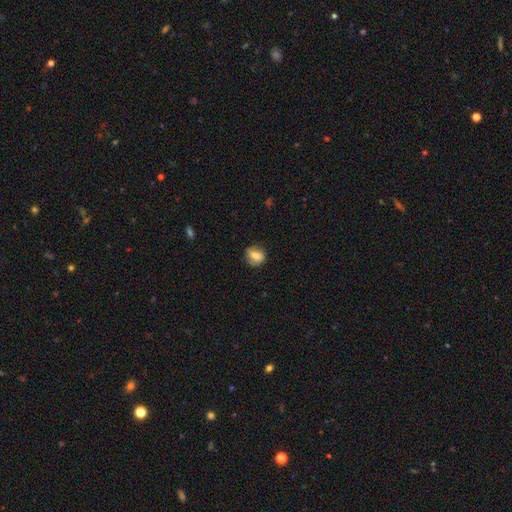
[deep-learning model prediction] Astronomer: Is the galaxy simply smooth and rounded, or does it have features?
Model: smooth — 64%.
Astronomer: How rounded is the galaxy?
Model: round — 57% (runner-up: in between, 40%).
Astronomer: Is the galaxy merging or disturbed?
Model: none — 70%.